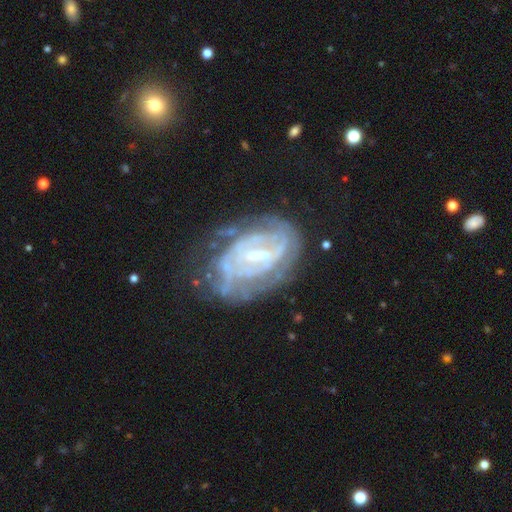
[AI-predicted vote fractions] A featured or disk galaxy (81%) with a weak bar (49%), tight (61%) spiral arms (78%) and a small central bulge (48%).

Vote fractions:
- Smooth or featured? featured or disk: 81% / smooth: 11% / star or artifact: 8%
- Edge-on disk? no: 95% / yes: 5%
- Bar? weak: 49% / strong: 32% / no: 19%
- Spiral arms? yes: 78% / no: 22%
- Spiral winding? tight: 61% / medium: 30% / loose: 10%
- Spiral arm count? can't tell: 51% / 2: 25% / 3: 10% / 4: 5% / 1: 5% / more than 4: 4%
- Bulge size? small: 48% / moderate: 40% / none: 8% / large: 4% / dominant: 1%
- Merging? none: 51% / minor disturbance: 25% / major disturbance: 20% / merger: 3%